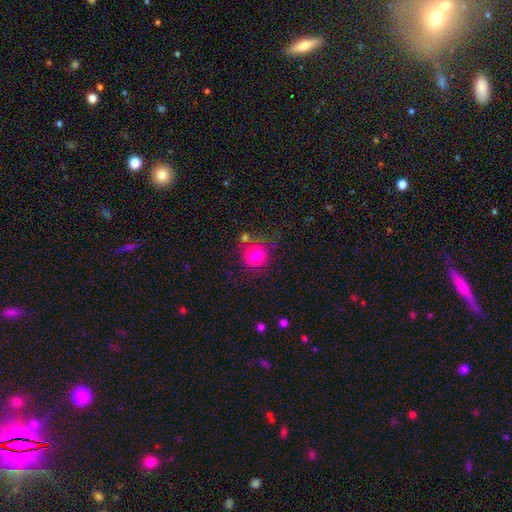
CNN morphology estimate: Smooth or featured? Predicted: smooth (p=0.83). How rounded? Predicted: round (p=0.92). Merging? Predicted: none (p=0.70).